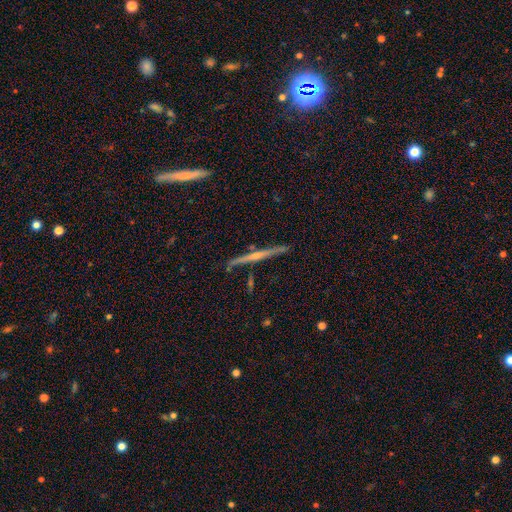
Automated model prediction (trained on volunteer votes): smooth_or_featured: featured or disk (p=0.66) [alt: star or artifact p=0.18]
disk_edge_on: yes (p=0.94) [alt: no p=0.06]
edge_on_bulge: rounded (p=0.71) [alt: none p=0.21]
merging: none (p=0.86) [alt: minor disturbance p=0.09]